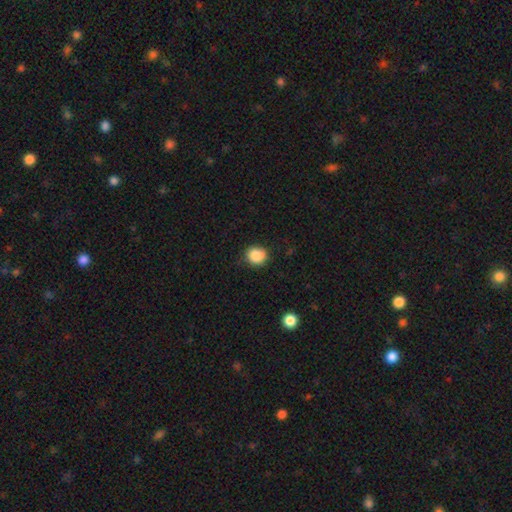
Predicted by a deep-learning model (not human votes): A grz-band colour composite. It shows a smooth galaxy with no disk features (87%) that is round (79%). Merging: none (82%).